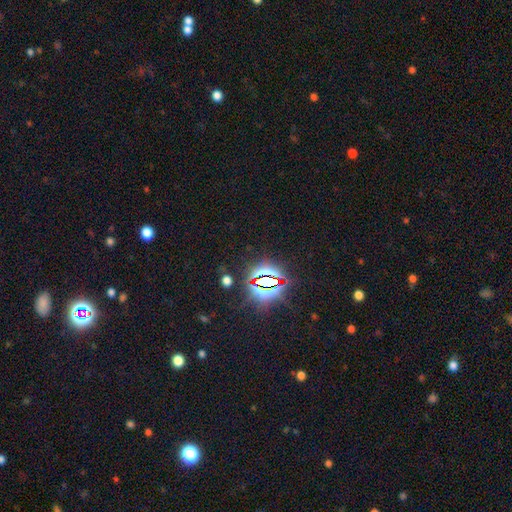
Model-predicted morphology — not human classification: The model was most divided on "smooth or featured": star or artifact: 85%, smooth: 9%, featured or disk: 6%.